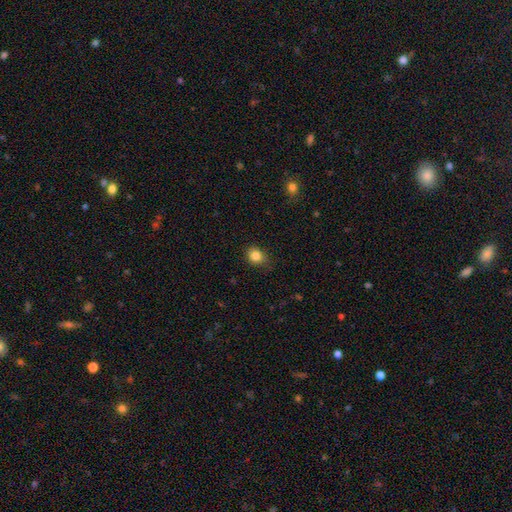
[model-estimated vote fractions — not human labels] A smooth galaxy with no disk features (84%) that is round (66%).

Vote fractions:
- Smooth or featured? smooth: 84% / star or artifact: 11% / featured or disk: 5%
- How rounded? round: 66% / in between: 33% / cigar-shaped: 1%
- Merging? none: 78% / minor disturbance: 17% / major disturbance: 4% / merger: 1%